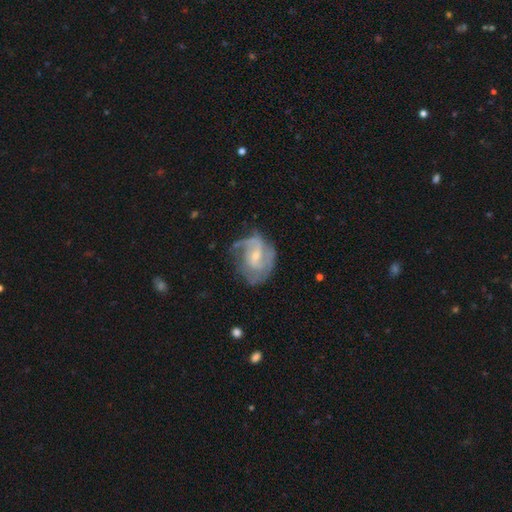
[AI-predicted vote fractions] Morphology: type=featured or disk (80%); edge-on=no (97%); bar=weak (54%); spiral arms=yes (90%); winding=medium (45%); arm count=2 (47%); bulge=small (56%); merging=none (49%).